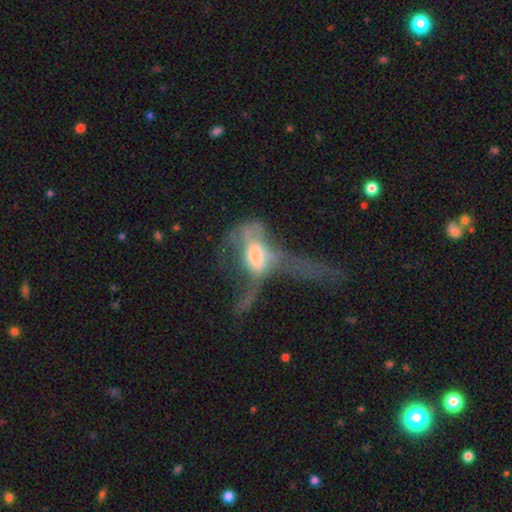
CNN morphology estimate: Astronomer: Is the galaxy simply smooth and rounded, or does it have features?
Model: featured or disk — 56% (runner-up: smooth, 33%).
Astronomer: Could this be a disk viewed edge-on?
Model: no — 84%.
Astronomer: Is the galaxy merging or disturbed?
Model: major disturbance — 56%.